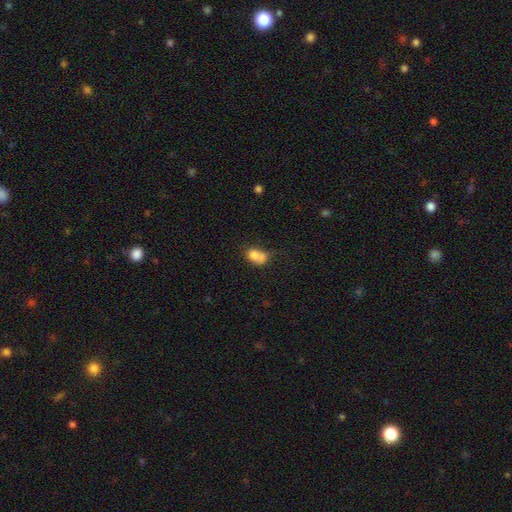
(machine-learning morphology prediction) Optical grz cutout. It shows a smooth galaxy with no disk features (74%) that is in between round and cigar-shaped (58%). Merging: merger (48%).